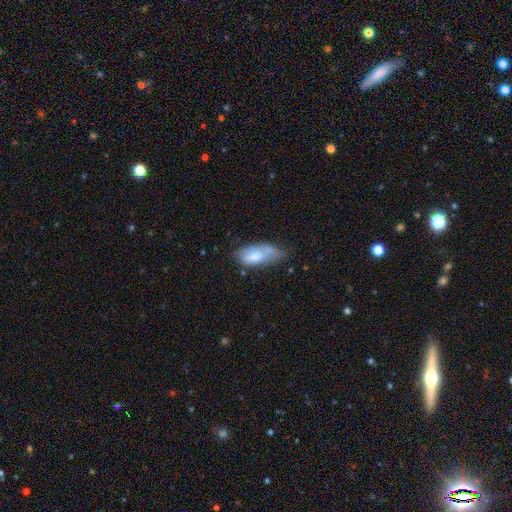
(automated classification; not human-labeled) Q: Smooth or featured?
A: smooth (69%); runner-up: featured or disk (24%)
Q: How rounded?
A: in between (87%); runner-up: cigar-shaped (11%)
Q: Merging?
A: minor disturbance (40%); runner-up: none (32%)